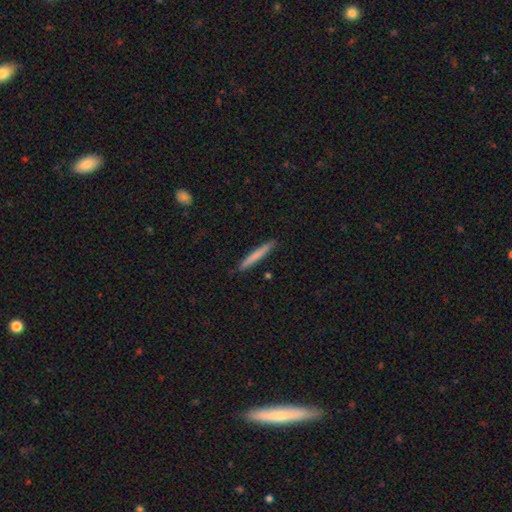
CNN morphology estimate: The model was most divided on "smooth or featured": smooth: 72%, featured or disk: 23%, star or artifact: 5%. More confident: how rounded — cigar-shaped (96%); merging — none (90%).